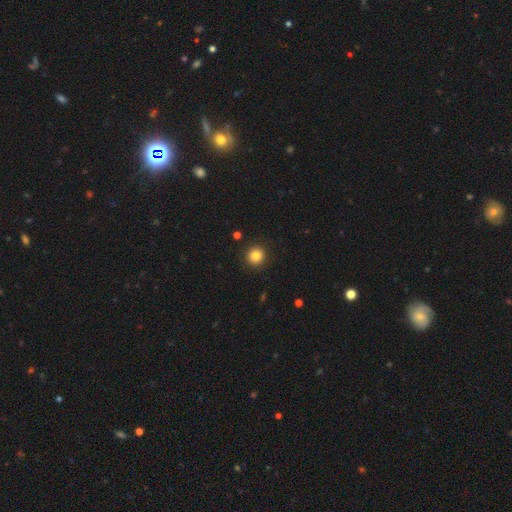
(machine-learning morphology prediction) Smooth or featured? smooth (84%)
How rounded? round (93%)
Merging? none (91%)